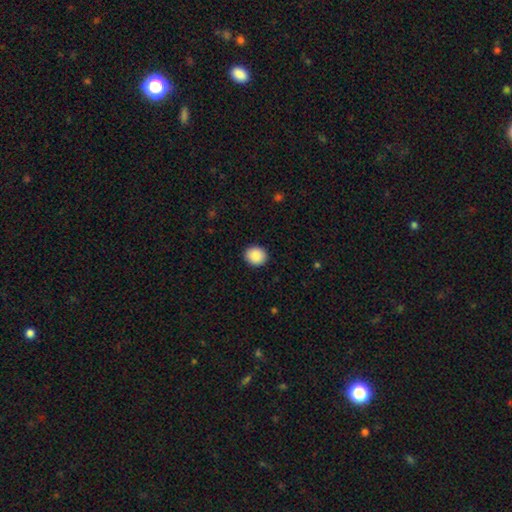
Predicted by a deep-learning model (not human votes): This is clearly a smooth galaxy (89%). How rounded: clearly round (81%). Merging: clearly none (92%).